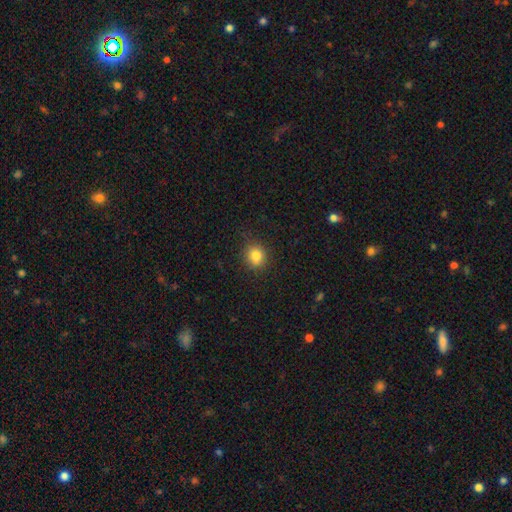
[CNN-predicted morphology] Overall: smooth (82%). How rounded: round (87%). Merging: none (86%).